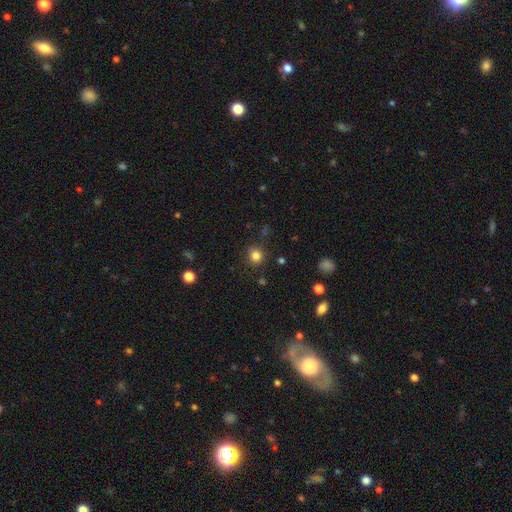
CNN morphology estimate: This is clearly a smooth galaxy (82%). How rounded: clearly round (88%). Merging: clearly none (86%).